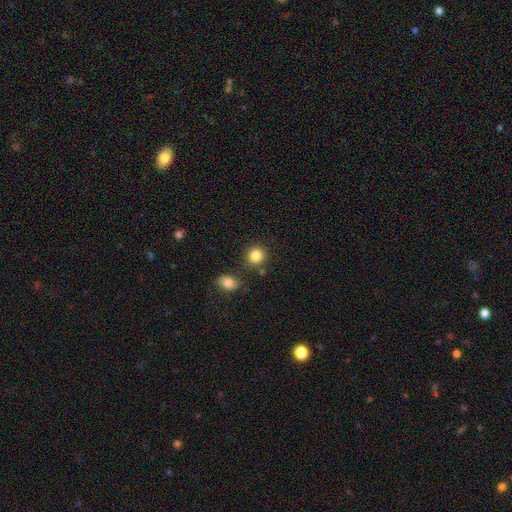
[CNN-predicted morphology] smooth 85%, star or artifact 10%, featured or disk 5%. Down the decision tree: how rounded — round (86%); merging — none (79%).